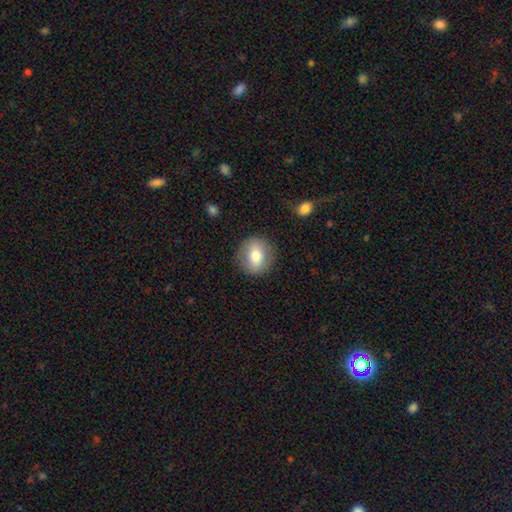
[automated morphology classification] Smooth or featured? smooth (72%)
How rounded? round (75%)
Merging? none (86%)